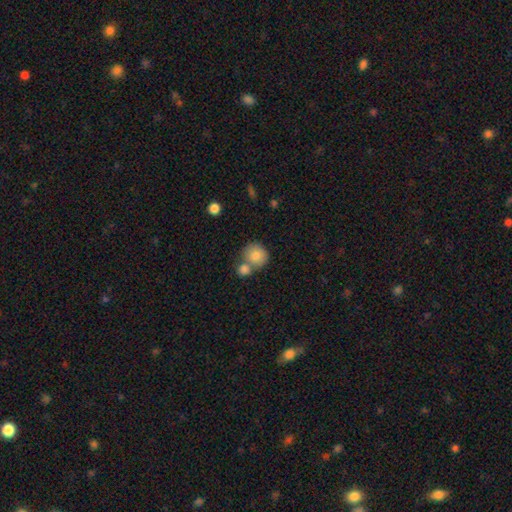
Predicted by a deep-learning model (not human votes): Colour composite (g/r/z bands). It shows a smooth galaxy with no disk features (82%) that is round (86%). Merging: none (49%).